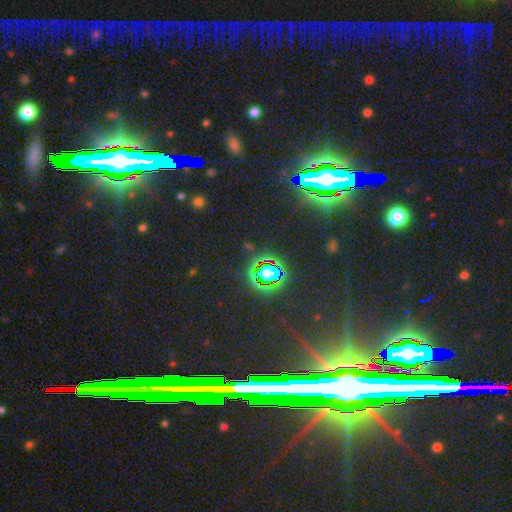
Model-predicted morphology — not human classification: Smooth or featured: star or artifact — 82% (smooth — 10%)